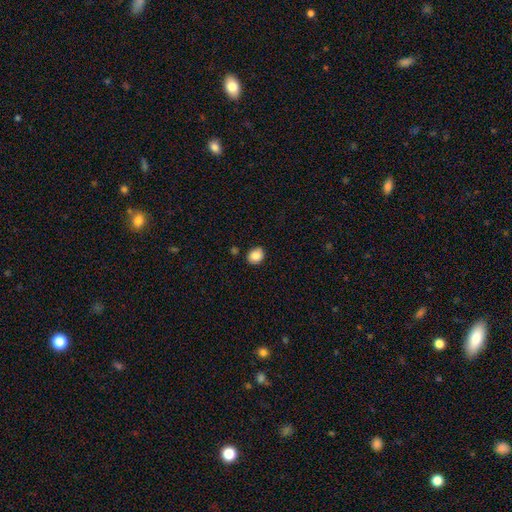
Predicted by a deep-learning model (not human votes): The model was most divided on "how rounded": round: 58%, in between: 41%, cigar-shaped: 1%. More confident: smooth or featured — smooth (87%); merging — none (84%).